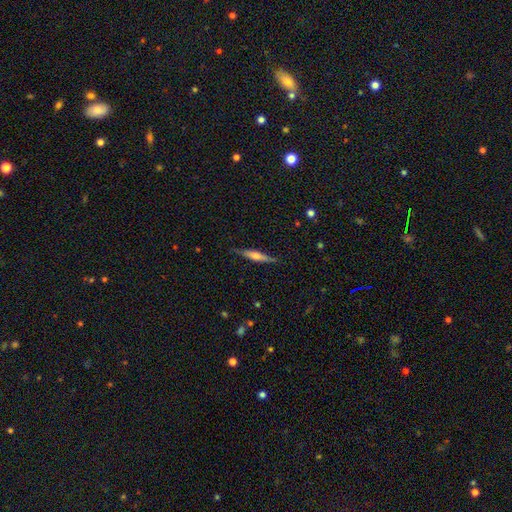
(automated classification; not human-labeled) Smooth or featured? Predicted: featured or disk (p=0.58). Edge-on disk? Predicted: yes (p=0.96). Edge-on bulge? Predicted: rounded (p=0.76). Merging? Predicted: none (p=0.85).